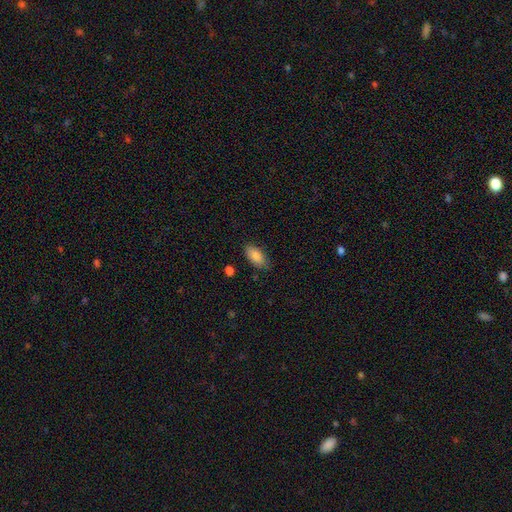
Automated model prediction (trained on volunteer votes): smooth 86%, featured or disk 7%, star or artifact 7%. Down the decision tree: how rounded — in between (90%); merging — none (82%).